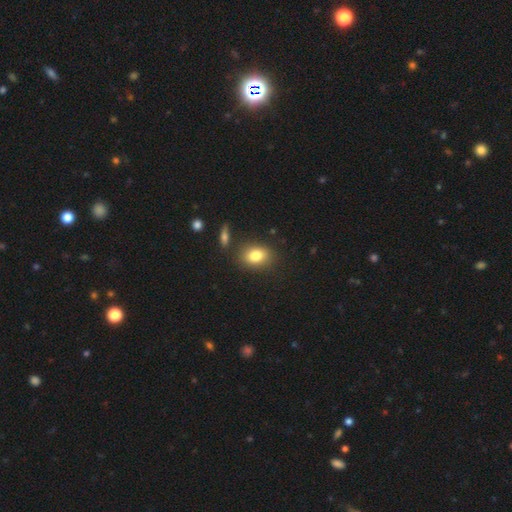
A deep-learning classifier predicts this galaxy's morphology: Q: Smooth or featured?
A: smooth (80%); runner-up: featured or disk (10%)
Q: How rounded?
A: in between (70%); runner-up: round (28%)
Q: Merging?
A: none (81%); runner-up: minor disturbance (11%)